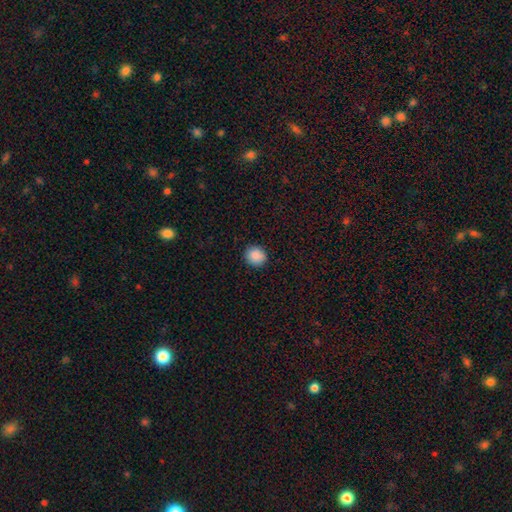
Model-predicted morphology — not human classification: This is clearly a smooth galaxy (89%). How rounded: clearly round (85%). Merging: clearly none (91%).